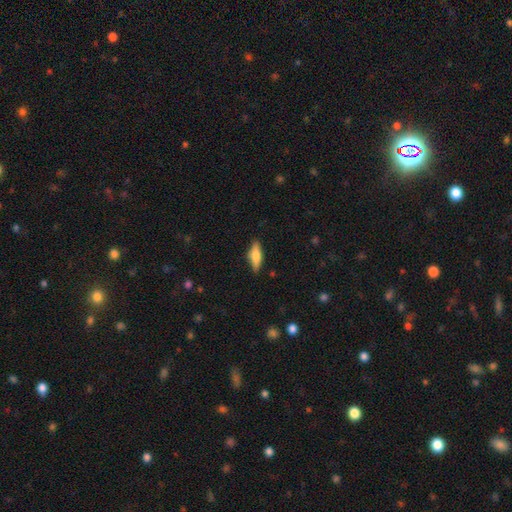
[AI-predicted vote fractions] Morphology: type=smooth (63%); roundness=in between (51%); merging=none (85%).